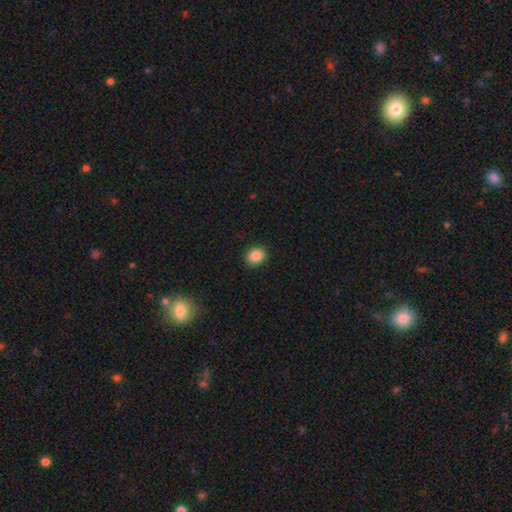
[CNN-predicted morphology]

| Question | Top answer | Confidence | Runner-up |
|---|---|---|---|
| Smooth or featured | smooth | 87% | star or artifact (9%) |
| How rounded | round | 72% | in between (27%) |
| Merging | none | 91% | minor disturbance (6%) |